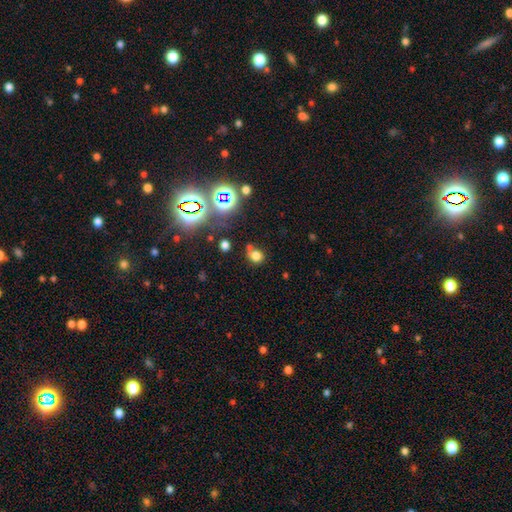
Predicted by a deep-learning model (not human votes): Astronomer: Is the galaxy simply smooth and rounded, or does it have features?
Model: smooth — 70%.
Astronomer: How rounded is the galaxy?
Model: round — 73%.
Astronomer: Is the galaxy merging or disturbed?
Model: none — 61%.